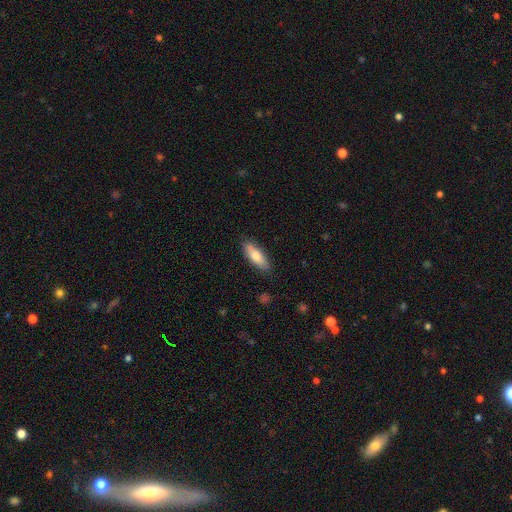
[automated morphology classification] Smooth or featured? smooth (73%)
How rounded? in between (59%)
Merging? none (84%)